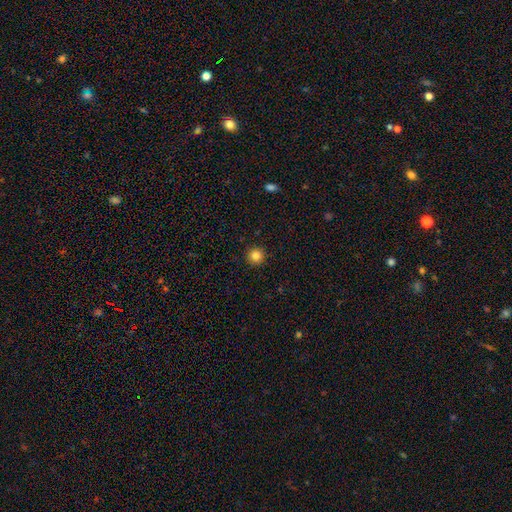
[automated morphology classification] The model was most divided on "smooth or featured": smooth: 84%, star or artifact: 11%, featured or disk: 5%. More confident: how rounded — round (96%); merging — none (93%).